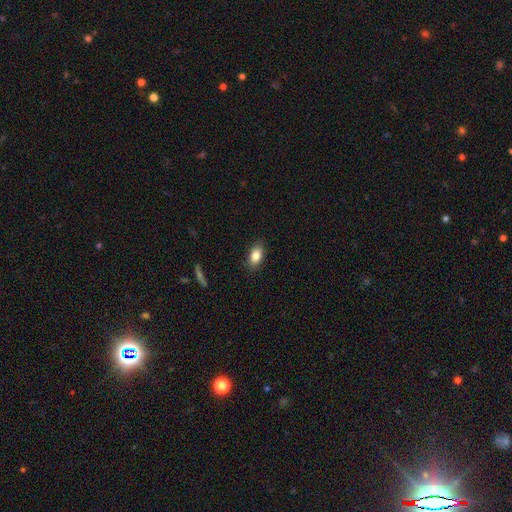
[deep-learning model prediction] Morphology: type=smooth (84%); roundness=in between (88%); merging=none (86%).